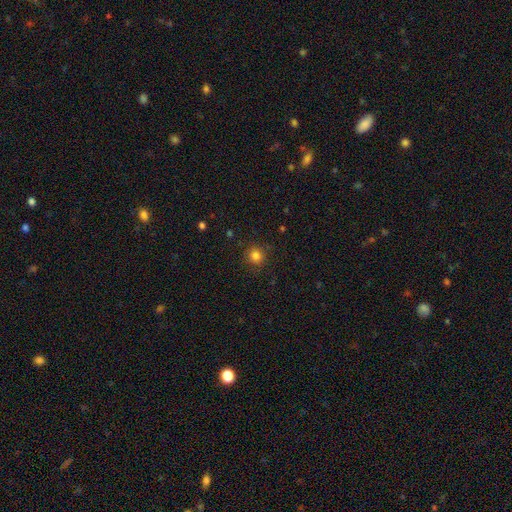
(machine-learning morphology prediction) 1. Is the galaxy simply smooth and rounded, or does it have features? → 83% smooth, 13% star or artifact, 5% featured or disk.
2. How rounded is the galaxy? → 92% round, 7% in between, 1% cigar-shaped.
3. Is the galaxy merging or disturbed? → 89% none, 8% minor disturbance, 3% major disturbance, 1% merger.